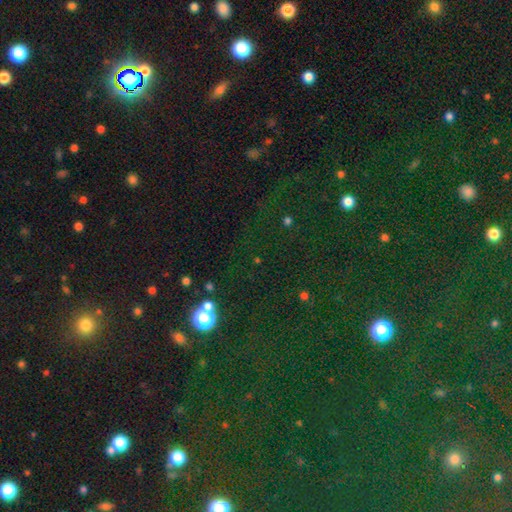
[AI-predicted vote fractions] This is likely a star or artifact rather than a galaxy (75%).